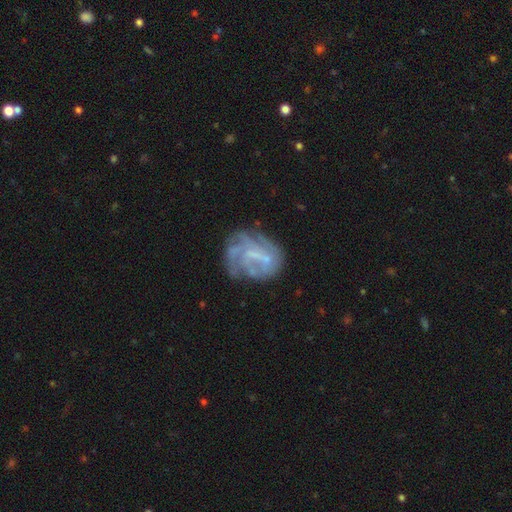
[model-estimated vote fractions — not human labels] Smooth or featured?
  - featured or disk: 70% *
  - smooth: 19%
  - star or artifact: 10%
Edge-on disk?
  - no: 98% *
  - yes: 2%
Bar?
  - no: 47% *
  - weak: 41%
  - strong: 12%
Spiral arms?
  - yes: 64% *
  - no: 36%
Bulge size?
  - none: 49% *
  - small: 35%
  - moderate: 13%
  - large: 2%
  - dominant: 1%
Merging?
  - none: 55% *
  - minor disturbance: 21%
  - major disturbance: 20%
  - merger: 4%